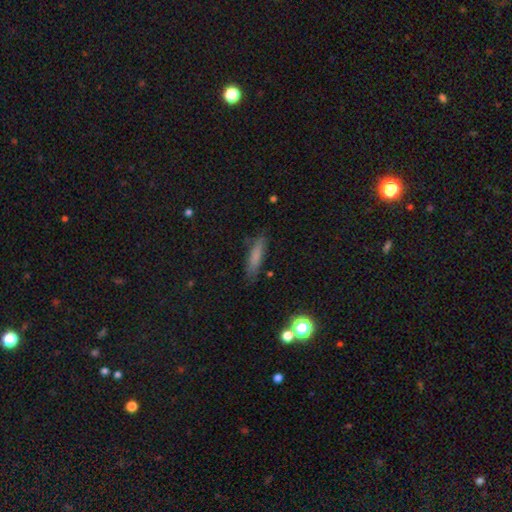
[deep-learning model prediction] A smooth galaxy with no disk features (76%) that is cigar-shaped (74%). Merging: none (80%).